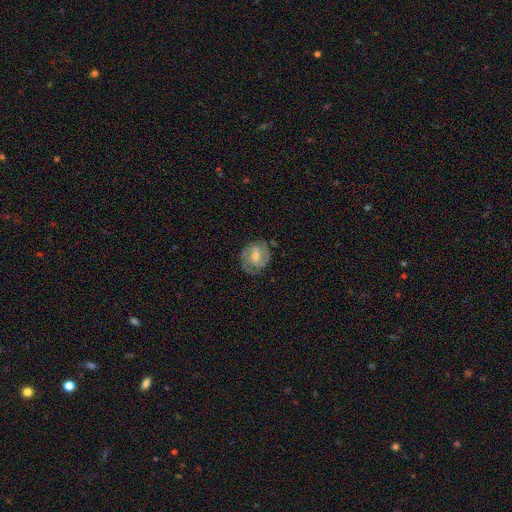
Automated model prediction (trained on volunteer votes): Smooth or featured: featured or disk — 82% (smooth — 11%)
Edge-on disk: no — 98% (yes — 2%)
Bar: weak — 45% (no — 42%)
Spiral arms: yes — 95% (no — 5%)
Spiral winding: tight — 58% (medium — 35%)
Spiral arm count: 2 — 62% (3 — 16%)
Bulge size: moderate — 50% (small — 45%)
Merging: none — 79% (minor disturbance — 15%)